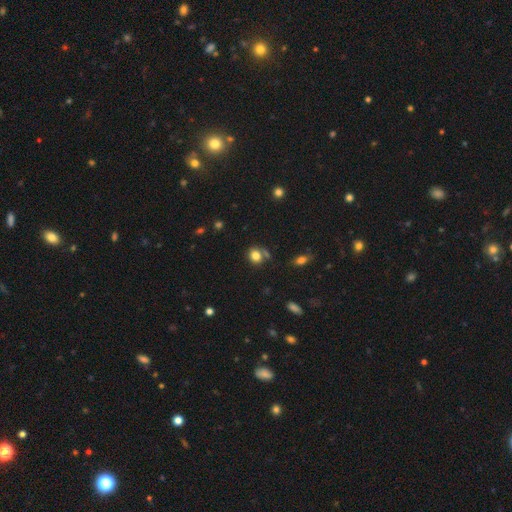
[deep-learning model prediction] Smooth or featured: smooth — 80% (star or artifact — 12%)
How rounded: round — 69% (in between — 30%)
Merging: none — 68% (minor disturbance — 14%)